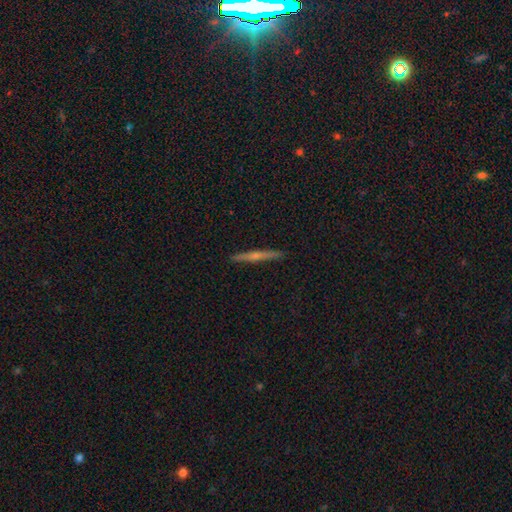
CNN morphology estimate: Smooth or featured? Predicted: featured or disk (p=0.55). Edge-on disk? Predicted: yes (p=0.93). Edge-on bulge? Predicted: rounded (p=0.53). Merging? Predicted: none (p=0.89).